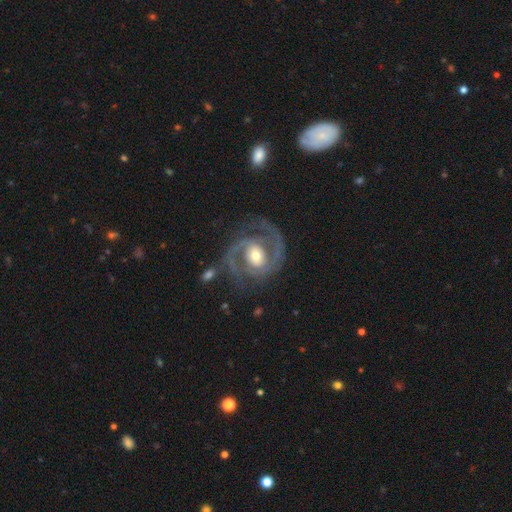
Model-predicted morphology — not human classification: smooth_or_featured: featured or disk (p=0.91) [alt: smooth p=0.04]
disk_edge_on: no (p=0.98) [alt: yes p=0.02]
bar: no (p=0.44) [alt: weak p=0.39]
has_spiral_arms: yes (p=0.98) [alt: no p=0.02]
spiral_winding: medium (p=0.52) [alt: tight p=0.37]
spiral_arm_count: 2 (p=0.87) [alt: 3 p=0.04]
bulge_size: moderate (p=0.67) [alt: small p=0.18]
merging: none (p=0.74) [alt: minor disturbance p=0.15]